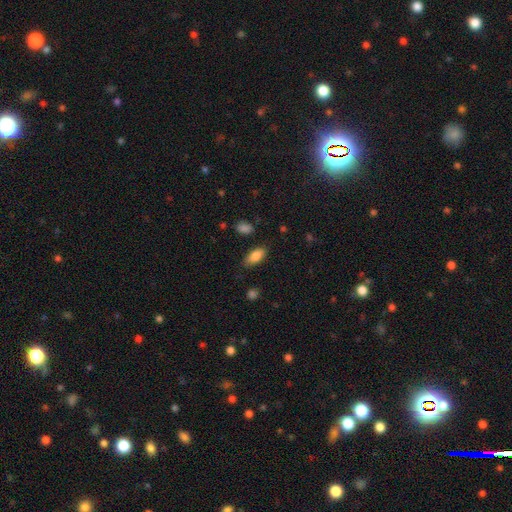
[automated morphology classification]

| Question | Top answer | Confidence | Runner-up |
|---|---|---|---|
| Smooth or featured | smooth | 85% | featured or disk (7%) |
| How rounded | in between | 86% | cigar-shaped (12%) |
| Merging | none | 81% | minor disturbance (14%) |